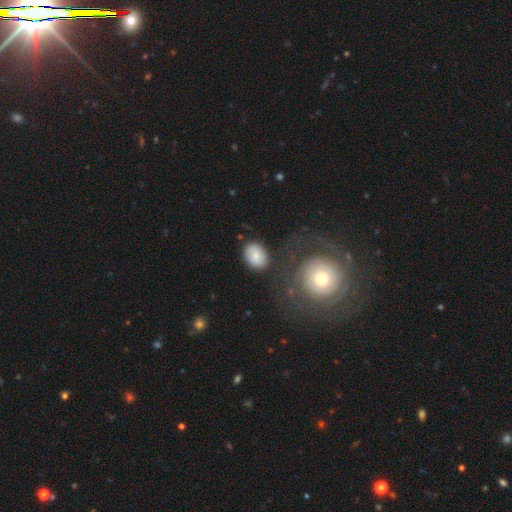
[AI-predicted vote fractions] A smooth galaxy with no disk features (80%) that is in between round and cigar-shaped (70%). Merging: none (78%).